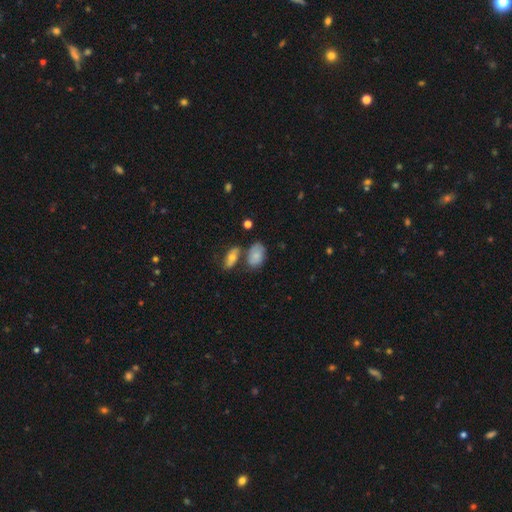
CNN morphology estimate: Overall: smooth (73%). How rounded: in between (84%). Merging: none (49%; merger 22%).